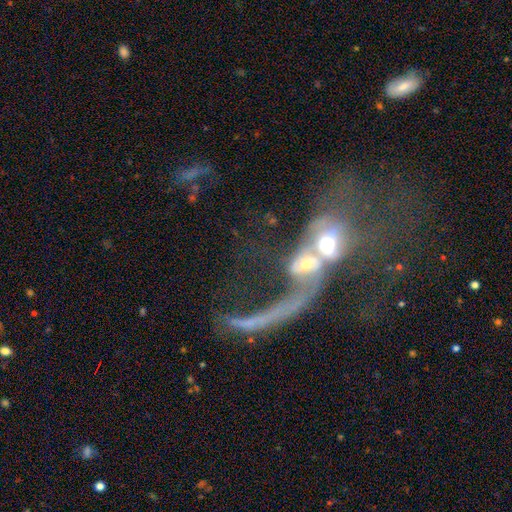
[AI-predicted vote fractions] A featured or disk galaxy (64%) with no bar (72%), no spiral arms (53%) and a moderate central bulge (48%).

Vote fractions:
- Smooth or featured? featured or disk: 64% / smooth: 22% / star or artifact: 14%
- Edge-on disk? no: 88% / yes: 12%
- Bar? no: 72% / weak: 19% / strong: 9%
- Spiral arms? no: 53% / yes: 47%
- Bulge size? moderate: 48% / small: 29% / large: 9% / none: 9% / dominant: 4%
- Merging? merger: 65% / major disturbance: 21% / none: 9% / minor disturbance: 5%